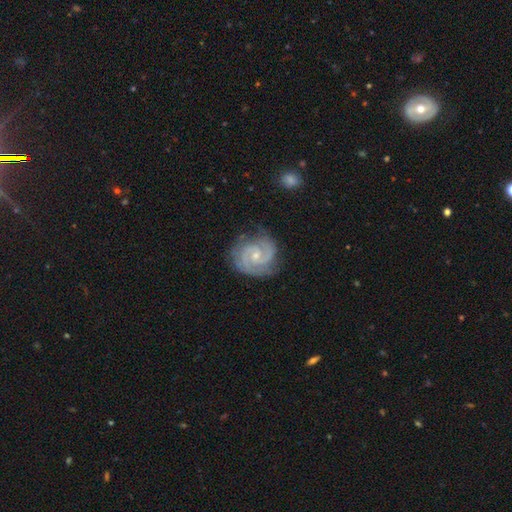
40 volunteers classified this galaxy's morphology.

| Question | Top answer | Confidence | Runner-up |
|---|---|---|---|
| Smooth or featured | featured or disk | 98% | star or artifact (2%) |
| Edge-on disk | no | 95% | yes (5%) |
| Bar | no | 57% | weak (38%) |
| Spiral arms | yes | 100% | — |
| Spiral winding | tight | 68% | medium (32%) |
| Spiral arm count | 2 | 81% | 3 (14%) |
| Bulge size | small | 81% | moderate (19%) |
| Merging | none | 74% | minor disturbance (23%) |